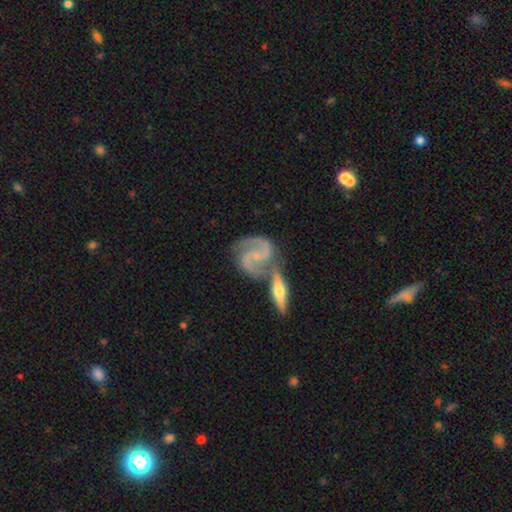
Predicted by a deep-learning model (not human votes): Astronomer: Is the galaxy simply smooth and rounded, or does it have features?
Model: featured or disk — 90%.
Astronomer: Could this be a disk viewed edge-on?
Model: no — 96%.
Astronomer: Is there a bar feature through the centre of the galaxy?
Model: no — 48% (runner-up: weak, 38%).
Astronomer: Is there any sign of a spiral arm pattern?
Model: yes — 97%.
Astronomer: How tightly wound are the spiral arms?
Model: medium — 60%.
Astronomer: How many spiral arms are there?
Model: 2 — 91%.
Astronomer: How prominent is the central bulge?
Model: small — 71%.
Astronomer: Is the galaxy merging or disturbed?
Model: none — 50% (runner-up: merger, 32%).